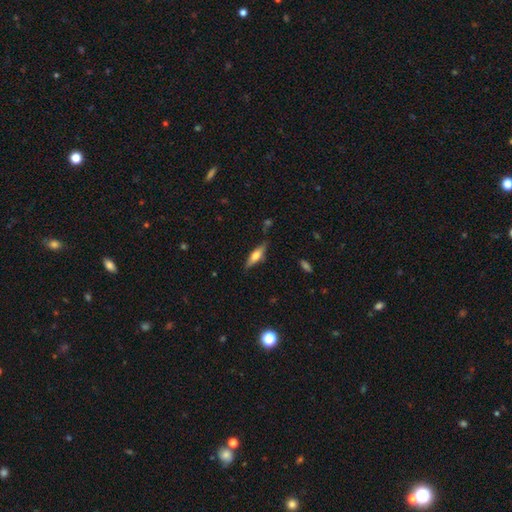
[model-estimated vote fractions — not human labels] Smooth or featured? smooth (51%)
How rounded? cigar-shaped (57%)
Merging? none (76%)